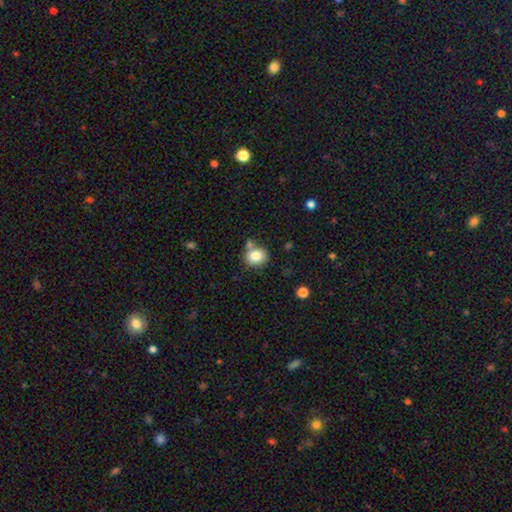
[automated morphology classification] This appears to be a smooth galaxy with no disk features (82%) that is round (69%). Merging: none (62%).